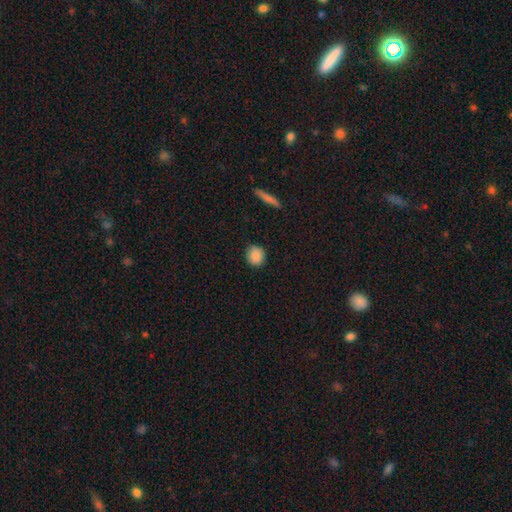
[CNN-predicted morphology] smooth-or-featured: smooth: 87% | star or artifact: 8% | featured or disk: 5%
  how-rounded: round: 88% | in between: 11% | cigar-shaped: 1%
  merging: none: 89% | minor disturbance: 8% | major disturbance: 2% | merger: 1%